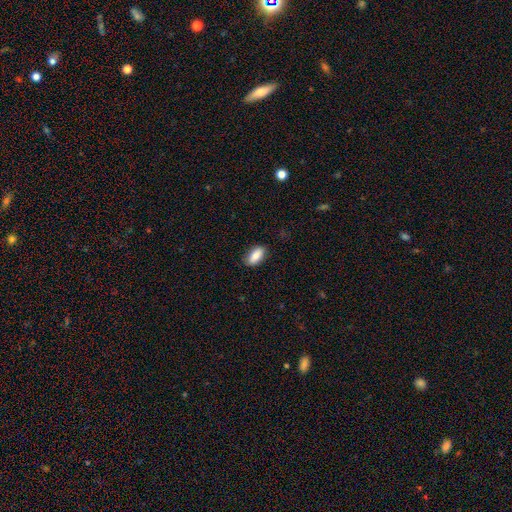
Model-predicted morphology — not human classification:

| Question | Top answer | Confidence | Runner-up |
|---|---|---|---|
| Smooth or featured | smooth | 84% | featured or disk (10%) |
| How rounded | in between | 90% | cigar-shaped (7%) |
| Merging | none | 84% | minor disturbance (13%) |